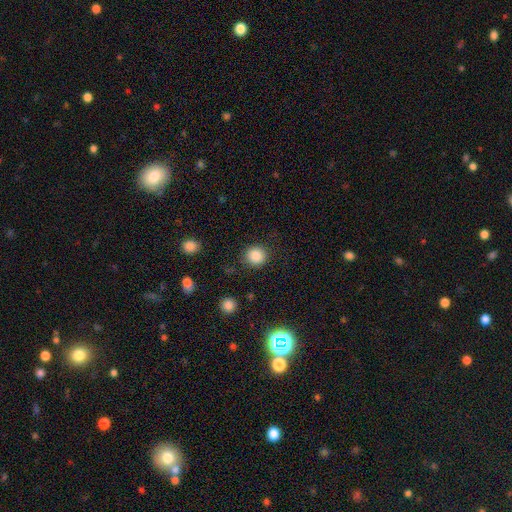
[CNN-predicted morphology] smooth-or-featured: smooth: 87% | star or artifact: 9% | featured or disk: 3%
  how-rounded: round: 91% | in between: 8% | cigar-shaped: 1%
  merging: none: 88% | minor disturbance: 8% | major disturbance: 3% | merger: 2%